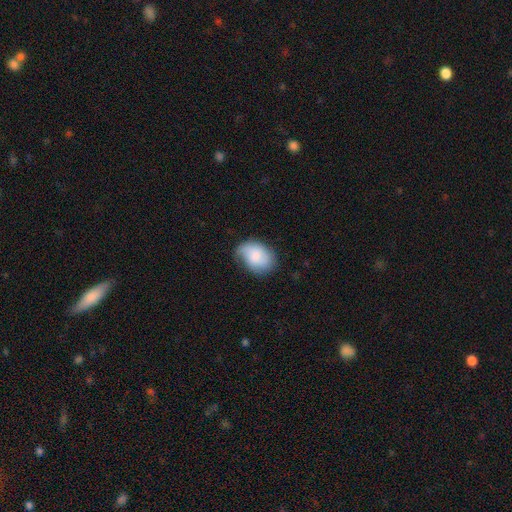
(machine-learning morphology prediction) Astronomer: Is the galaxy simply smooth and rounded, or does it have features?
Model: smooth — 71%.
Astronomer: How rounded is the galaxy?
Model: in between — 76%.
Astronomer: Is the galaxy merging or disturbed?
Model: none — 54% (runner-up: minor disturbance, 34%).